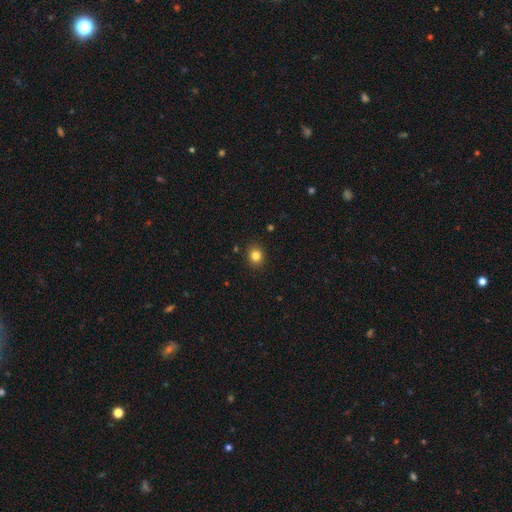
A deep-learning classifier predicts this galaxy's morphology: Smooth or featured: smooth — 82% (star or artifact — 12%)
How rounded: round — 71% (in between — 28%)
Merging: none — 90% (minor disturbance — 7%)